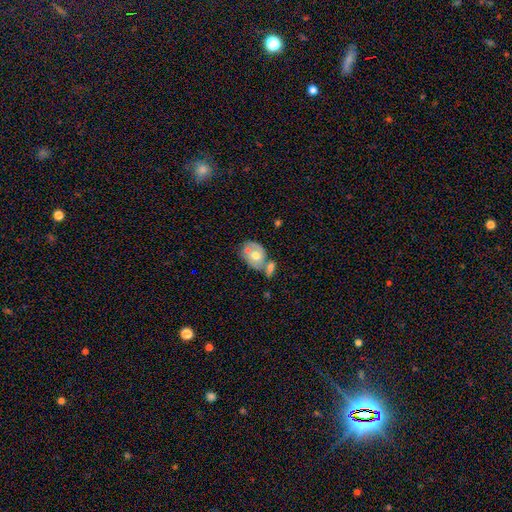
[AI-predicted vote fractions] The model was most divided on "smooth or featured": smooth: 50%, featured or disk: 44%, star or artifact: 7%. Remaining: merging — merger (44%).